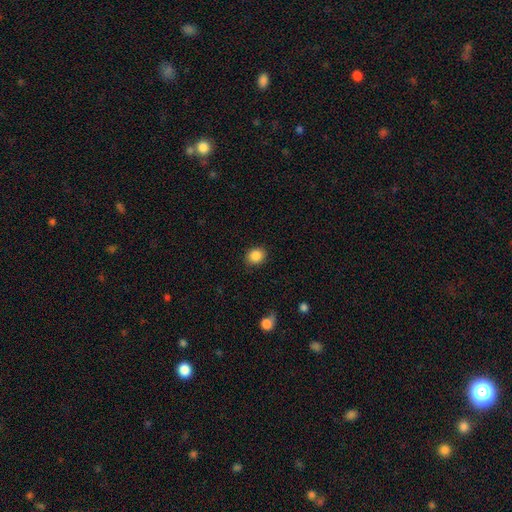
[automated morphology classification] Overall: smooth (87%). How rounded: round (70%; in between 30%). Merging: none (86%).